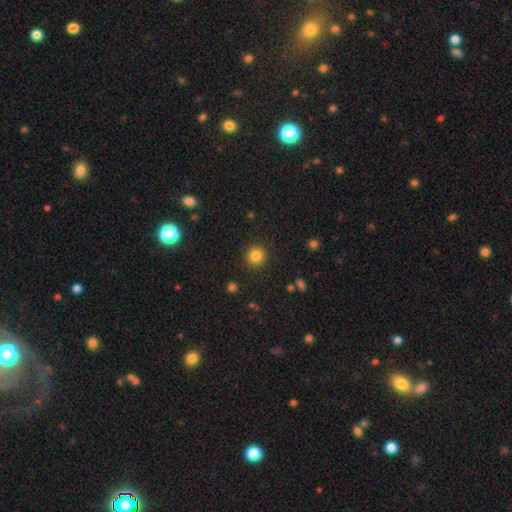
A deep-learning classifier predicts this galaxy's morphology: Q: Smooth or featured?
A: smooth (84%); runner-up: star or artifact (12%)
Q: How rounded?
A: round (90%); runner-up: in between (9%)
Q: Merging?
A: none (90%); runner-up: minor disturbance (6%)